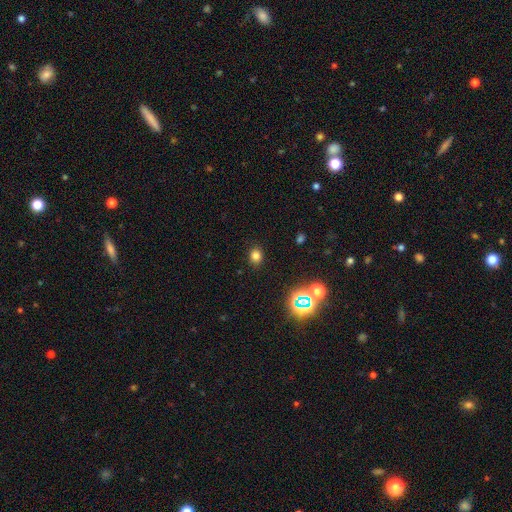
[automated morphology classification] Q: Smooth or featured?
A: smooth (75%); runner-up: star or artifact (19%)
Q: How rounded?
A: round (59%); runner-up: in between (40%)
Q: Merging?
A: none (88%); runner-up: minor disturbance (8%)